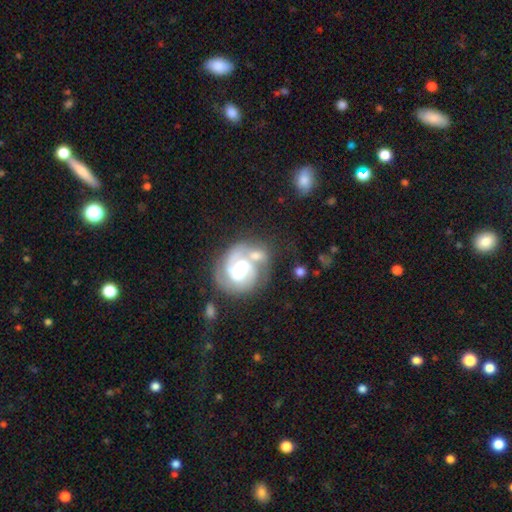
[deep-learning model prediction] Overall: featured or disk (75%). Edge-on disk: no (97%). Bar: weak (44%; no 28%). Spiral arms: yes (90%). Spiral arm count: 2 (67%). Spiral winding: tight (48%; medium 41%). Bulge size: moderate (50%; large 36%). Merging: none (42%; merger 33%).